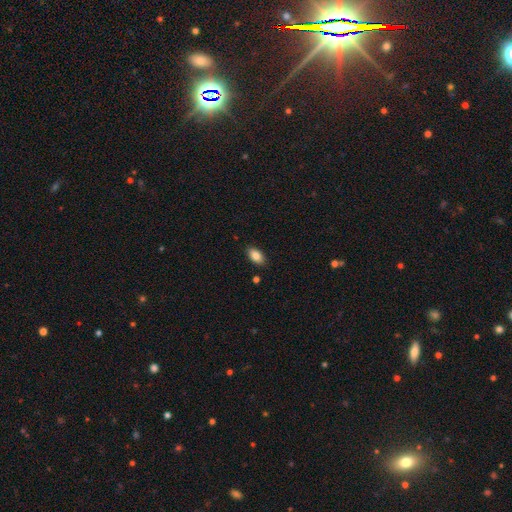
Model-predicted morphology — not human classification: Smooth or featured?
  - smooth: 85% *
  - featured or disk: 8%
  - star or artifact: 8%
How rounded?
  - in between: 92% *
  - round: 5%
  - cigar-shaped: 3%
Merging?
  - none: 87% *
  - minor disturbance: 9%
  - major disturbance: 2%
  - merger: 1%